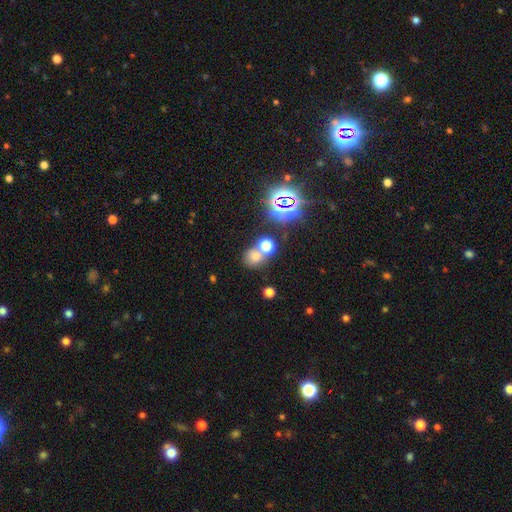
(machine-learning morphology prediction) Smooth or featured? smooth (62%)
How rounded? round (76%)
Merging? none (51%)